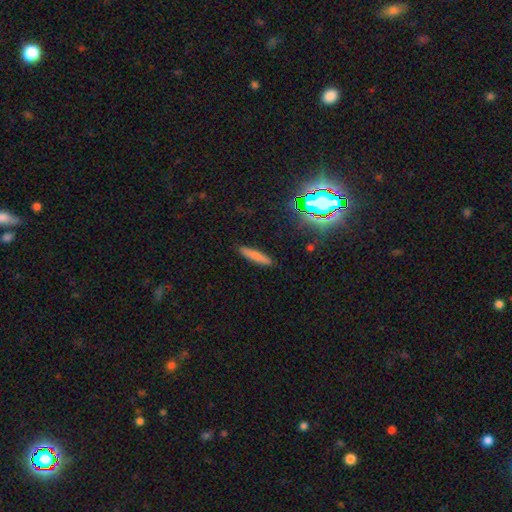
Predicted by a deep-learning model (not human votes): Smooth or featured: smooth — 75% (featured or disk — 13%)
How rounded: cigar-shaped — 88% (in between — 10%)
Merging: none — 89% (minor disturbance — 7%)